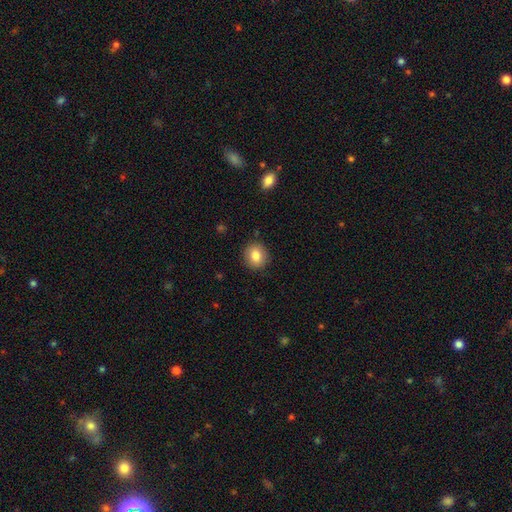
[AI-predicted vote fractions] smooth_or_featured: smooth (p=0.83) [alt: star or artifact p=0.09]
how_rounded: round (p=0.81) [alt: in between p=0.19]
merging: none (p=0.89) [alt: minor disturbance p=0.07]